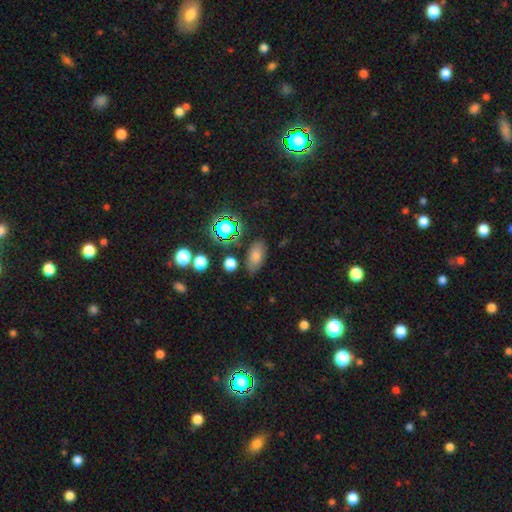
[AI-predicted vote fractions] Smooth or featured? smooth (59%)
How rounded? in between (83%)
Merging? none (82%)